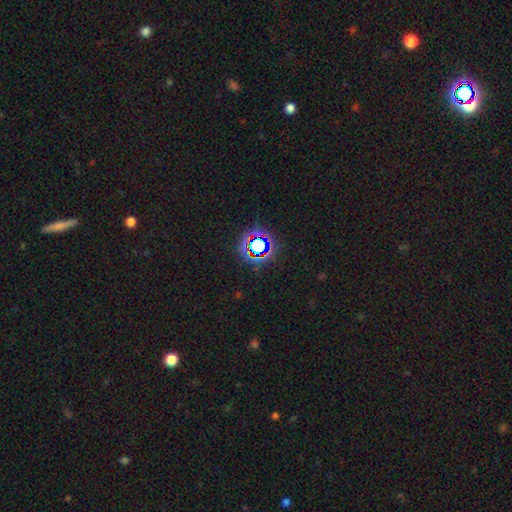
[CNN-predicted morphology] smooth-or-featured: star or artifact: 77% | smooth: 15% | featured or disk: 8%